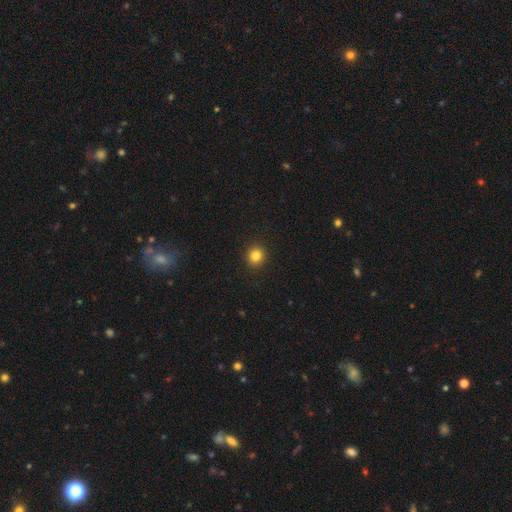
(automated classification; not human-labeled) Smooth or featured? Predicted: smooth (p=0.83). How rounded? Predicted: round (p=0.91). Merging? Predicted: none (p=0.93).